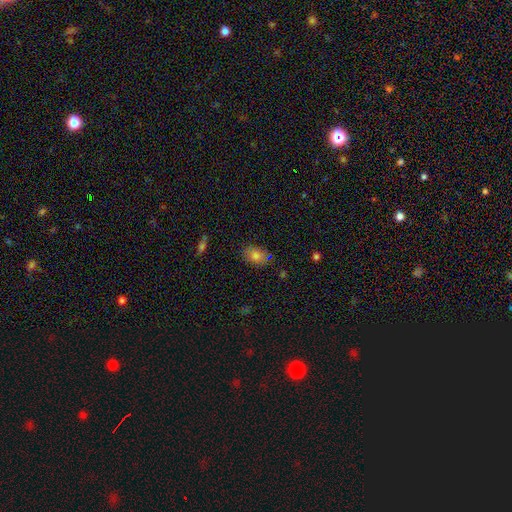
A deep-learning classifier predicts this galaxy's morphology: The model was most divided on "how rounded": in between: 75%, round: 24%, cigar-shaped: 1%. More confident: smooth or featured — smooth (81%); merging — none (80%).